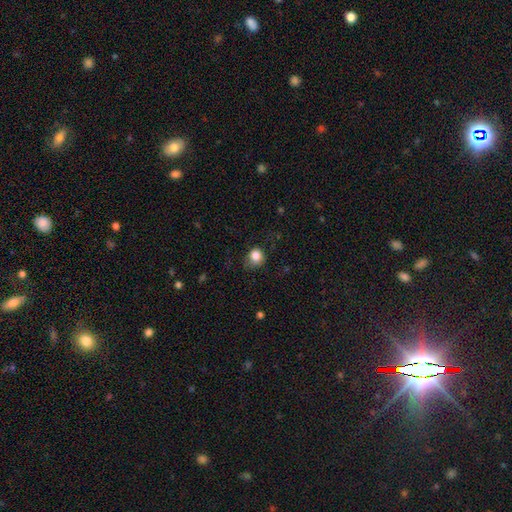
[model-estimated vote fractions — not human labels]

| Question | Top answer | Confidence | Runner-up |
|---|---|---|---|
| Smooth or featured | smooth | 83% | star or artifact (11%) |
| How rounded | round | 81% | in between (19%) |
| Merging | none | 72% | minor disturbance (21%) |